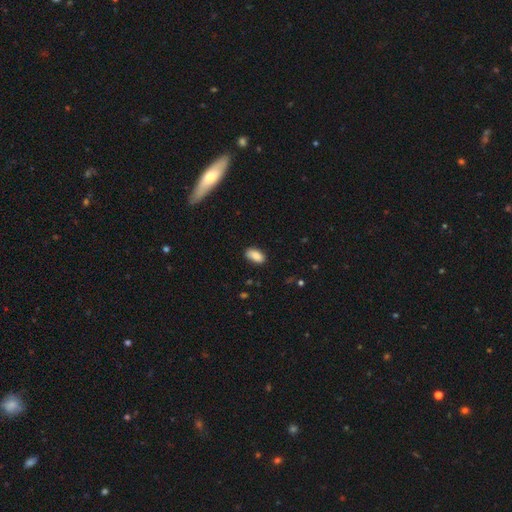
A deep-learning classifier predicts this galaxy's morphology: This appears to be a smooth galaxy with no disk features (88%) that is in between round and cigar-shaped (93%). Merging: none (79%).